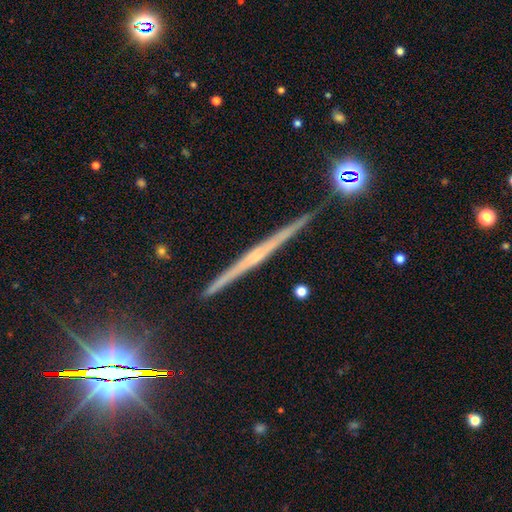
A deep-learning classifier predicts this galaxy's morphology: Smooth or featured? Predicted: featured or disk (p=0.73). Edge-on disk? Predicted: yes (p=0.98). Edge-on bulge? Predicted: rounded (p=0.45). Merging? Predicted: none (p=0.90).